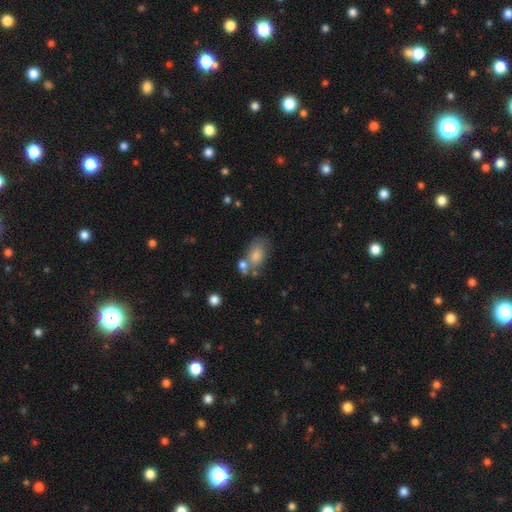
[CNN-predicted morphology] Smooth or featured? smooth (72%)
How rounded? in between (82%)
Merging? none (51%)